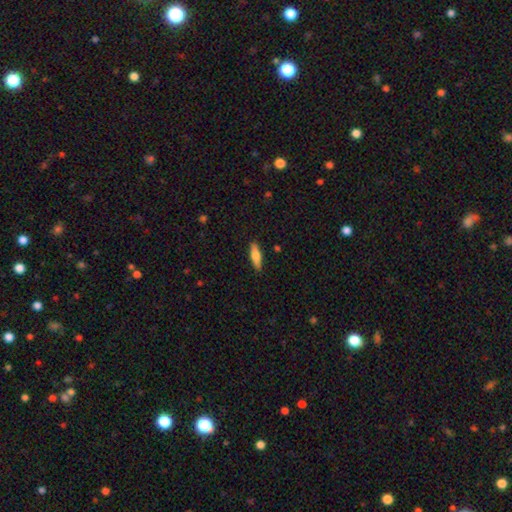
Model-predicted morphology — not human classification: The model was most divided on "how rounded": cigar-shaped: 58%, in between: 39%, round: 2%. More confident: merging — none (88%); smooth or featured — smooth (62%).